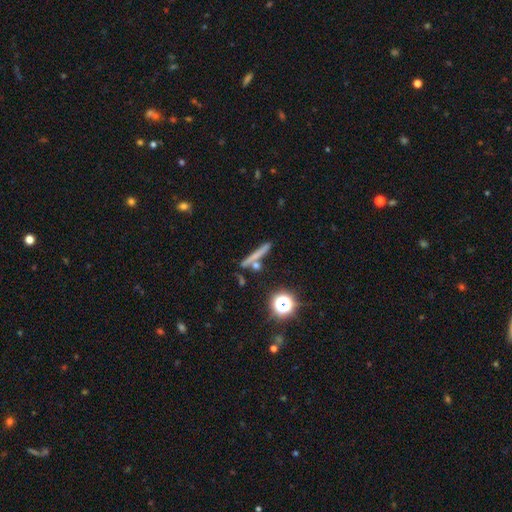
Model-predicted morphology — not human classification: A smooth galaxy with no disk features (55%) that is cigar-shaped (86%).

Vote fractions:
- Smooth or featured? smooth: 55% / featured or disk: 32% / star or artifact: 14%
- How rounded? cigar-shaped: 86% / round: 8% / in between: 6%
- Merging? none: 79% / minor disturbance: 10% / merger: 8% / major disturbance: 3%